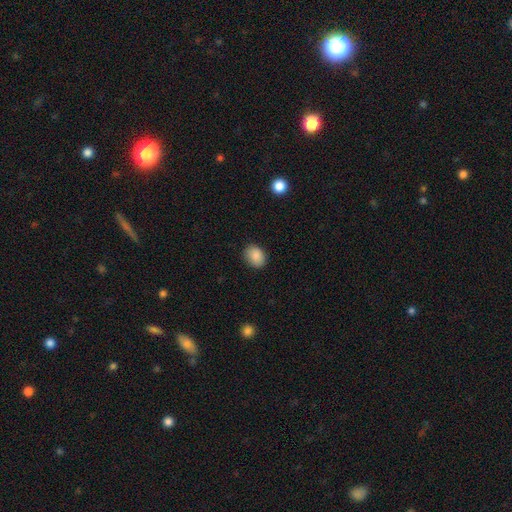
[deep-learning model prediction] smooth 88%, star or artifact 8%, featured or disk 4%. Down the decision tree: how rounded — in between (57%); merging — none (86%).